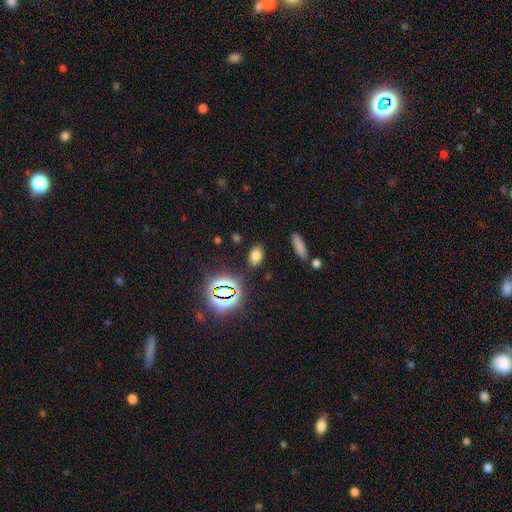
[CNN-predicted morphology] Smooth or featured: smooth — 69% (star or artifact — 23%)
How rounded: in between — 83% (round — 15%)
Merging: none — 84% (minor disturbance — 10%)